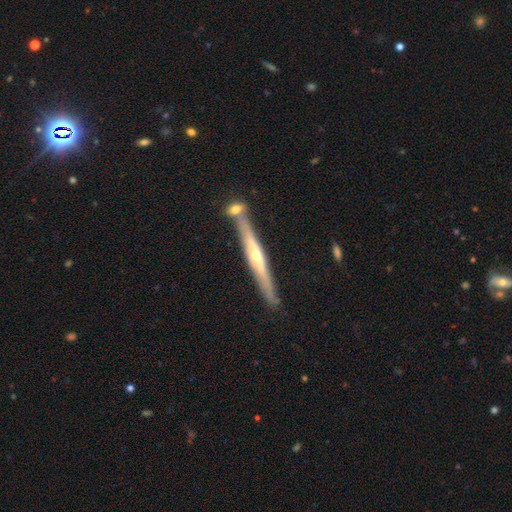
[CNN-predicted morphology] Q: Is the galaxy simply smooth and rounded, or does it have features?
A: featured or disk — 71%.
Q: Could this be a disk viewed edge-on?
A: yes — 94%.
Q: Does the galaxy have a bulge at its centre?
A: rounded — 78%.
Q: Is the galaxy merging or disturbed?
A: none — 75%.